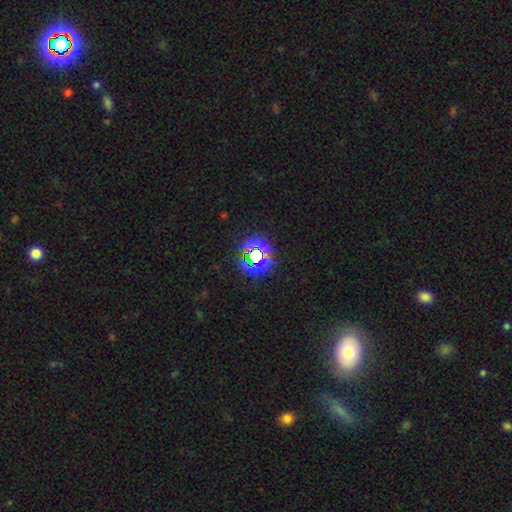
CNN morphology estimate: This appears to be a star or artifact, not a galaxy (74%).